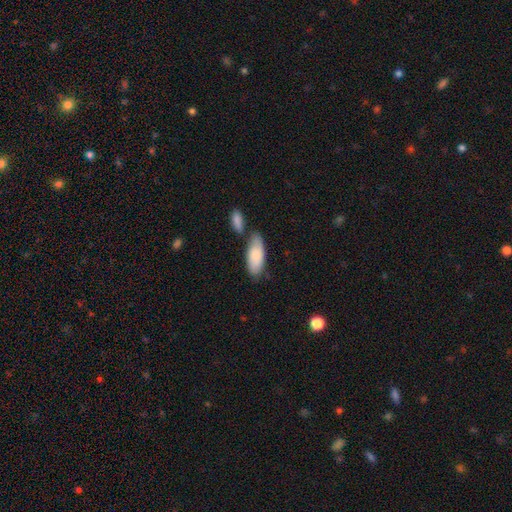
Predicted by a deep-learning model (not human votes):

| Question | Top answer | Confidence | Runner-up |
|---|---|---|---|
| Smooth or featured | smooth | 82% | featured or disk (13%) |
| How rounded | in between | 82% | cigar-shaped (17%) |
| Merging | none | 54% | merger (20%) |